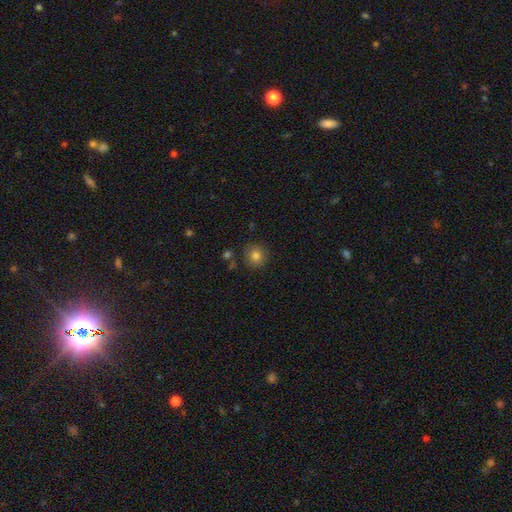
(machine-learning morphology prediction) smooth_or_featured: smooth (p=0.82) [alt: star or artifact p=0.11]
how_rounded: round (p=0.89) [alt: in between p=0.10]
merging: none (p=0.86) [alt: minor disturbance p=0.09]